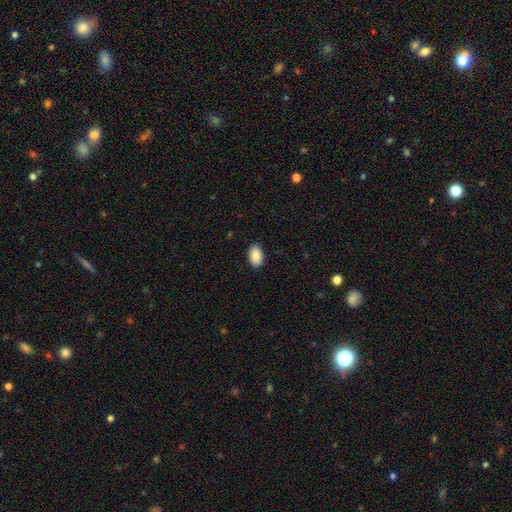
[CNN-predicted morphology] smooth 90%, star or artifact 7%, featured or disk 4%. Down the decision tree: how rounded — in between (93%); merging — none (90%).